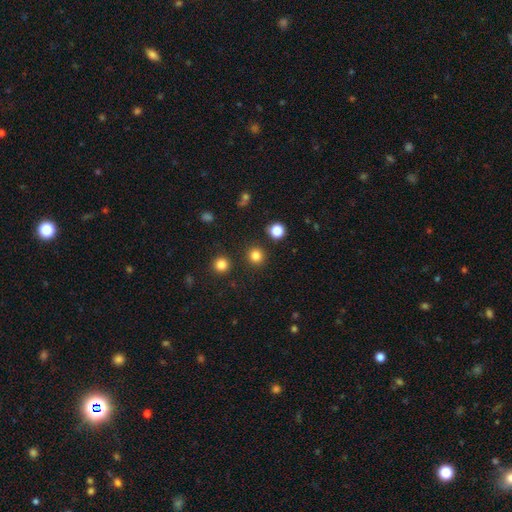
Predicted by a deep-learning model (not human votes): smooth-or-featured: smooth: 82% | star or artifact: 14% | featured or disk: 4%
  how-rounded: round: 92% | in between: 7% | cigar-shaped: 1%
  merging: none: 90% | minor disturbance: 5% | merger: 2% | major disturbance: 2%